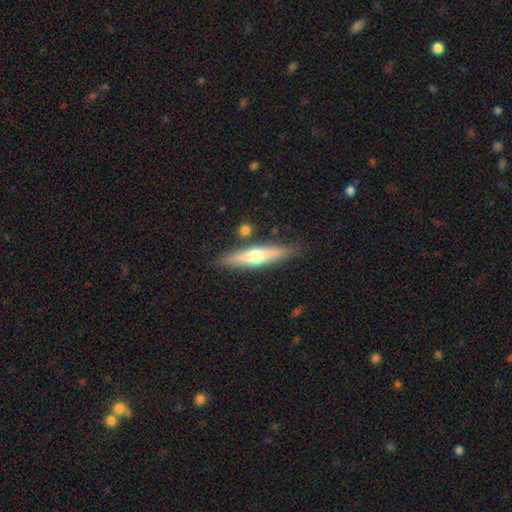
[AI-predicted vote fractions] This appears to be a featured or disk galaxy (55%) viewed edge-on (93%) with a rounded central bulge (91%). Merging: none (84%).